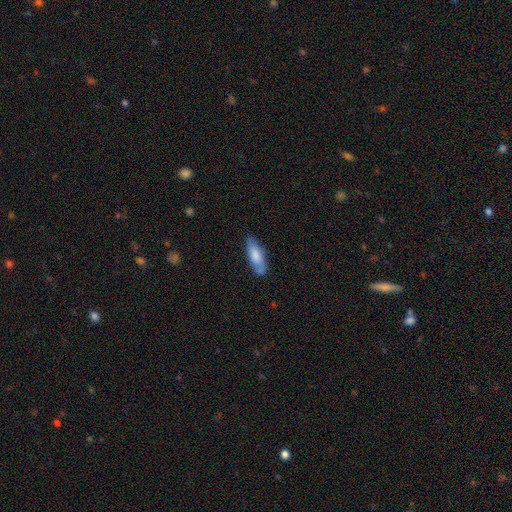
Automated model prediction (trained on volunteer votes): Q: Smooth or featured?
A: smooth (74%); runner-up: featured or disk (20%)
Q: How rounded?
A: in between (62%); runner-up: cigar-shaped (37%)
Q: Merging?
A: none (75%); runner-up: minor disturbance (19%)